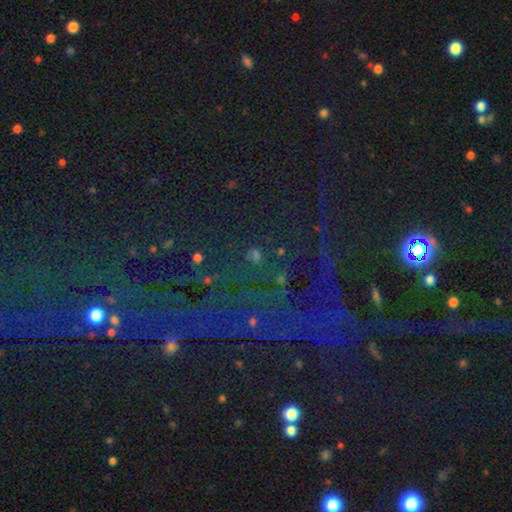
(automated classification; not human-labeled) Overall: star or artifact (70%).